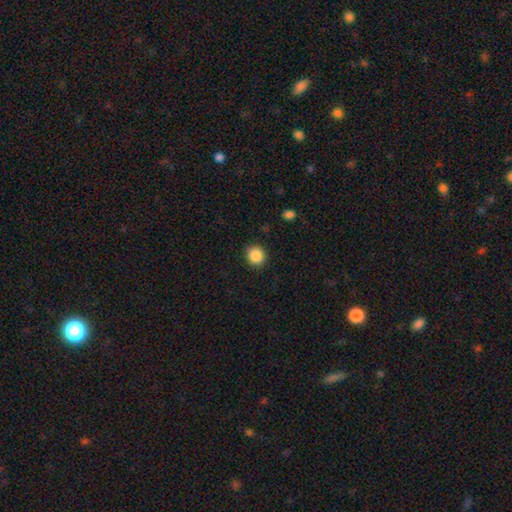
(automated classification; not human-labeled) Morphology: type=smooth (87%); roundness=round (88%); merging=none (90%).